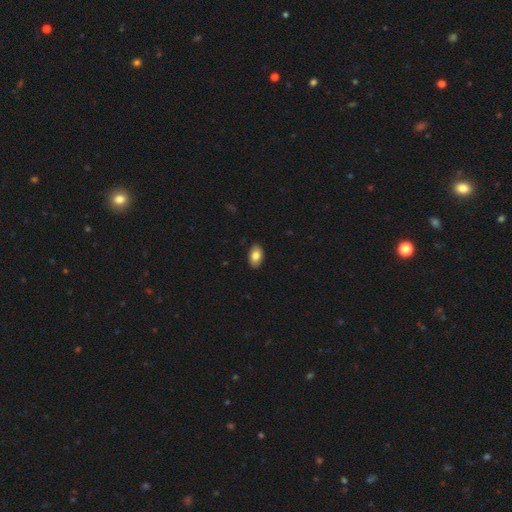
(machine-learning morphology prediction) This is clearly a smooth galaxy (83%). How rounded: clearly in between (92%). Merging: clearly none (89%).